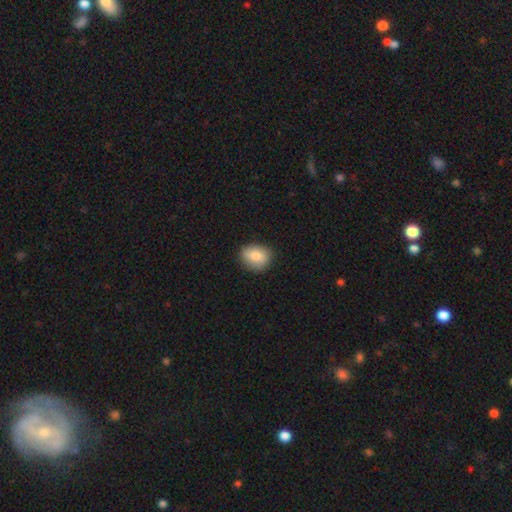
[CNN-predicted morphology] smooth 81%, featured or disk 11%, star or artifact 8%. Down the decision tree: how rounded — round (51%); merging — none (85%).